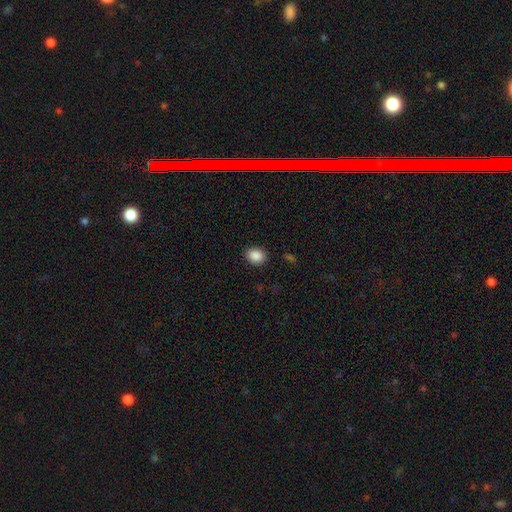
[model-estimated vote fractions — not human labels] Smooth or featured: smooth — 89% (star or artifact — 8%)
How rounded: in between — 59% (round — 40%)
Merging: none — 88% (minor disturbance — 8%)